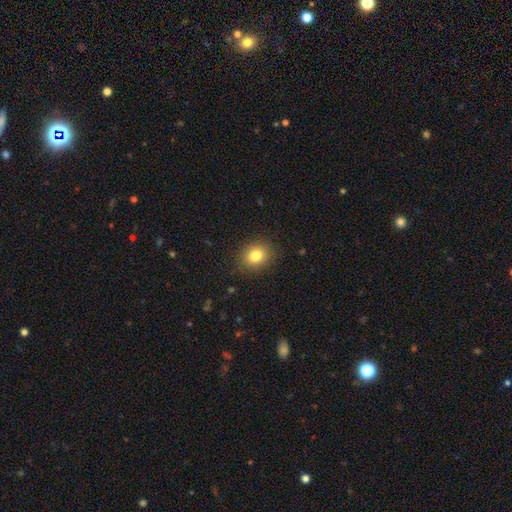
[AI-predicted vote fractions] A smooth galaxy with no disk features (81%) that is round (63%).

Vote fractions:
- Smooth or featured? smooth: 81% / star or artifact: 11% / featured or disk: 8%
- How rounded? round: 63% / in between: 36% / cigar-shaped: 1%
- Merging? none: 88% / minor disturbance: 9% / major disturbance: 3% / merger: 1%